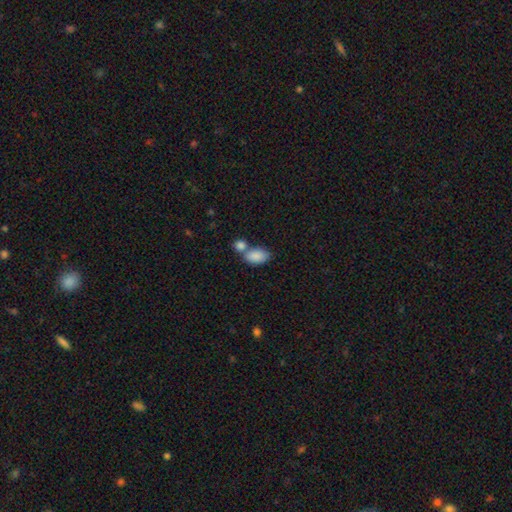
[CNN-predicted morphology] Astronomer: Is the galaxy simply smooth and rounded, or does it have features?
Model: smooth — 86%.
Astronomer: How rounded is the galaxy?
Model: in between — 92%.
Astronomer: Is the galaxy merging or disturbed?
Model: merger — 44% (runner-up: none, 41%).